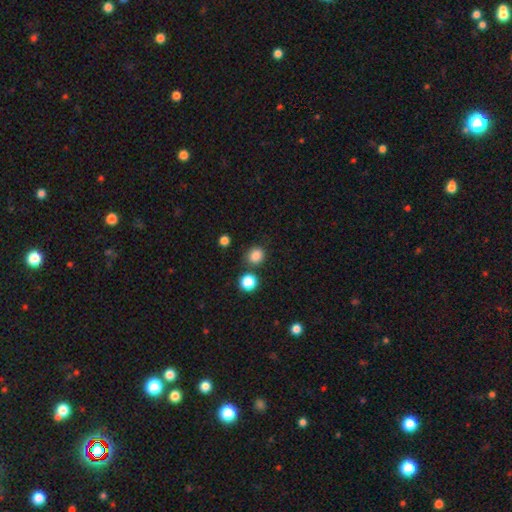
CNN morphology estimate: smooth 84%, star or artifact 13%, featured or disk 3%. Down the decision tree: how rounded — round (83%); merging — none (81%).